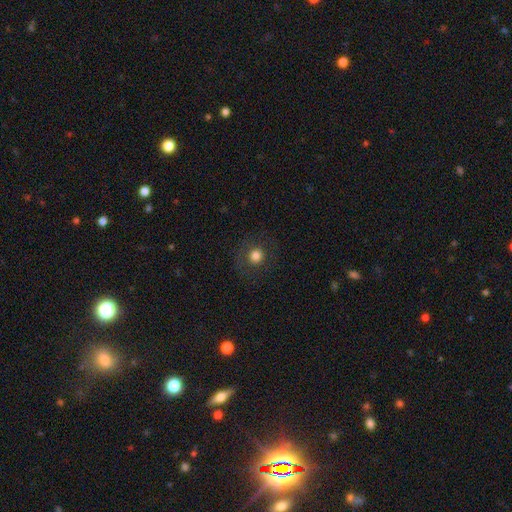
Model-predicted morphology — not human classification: A smooth galaxy with no disk features (78%) that is round (92%). Merging: none (85%).